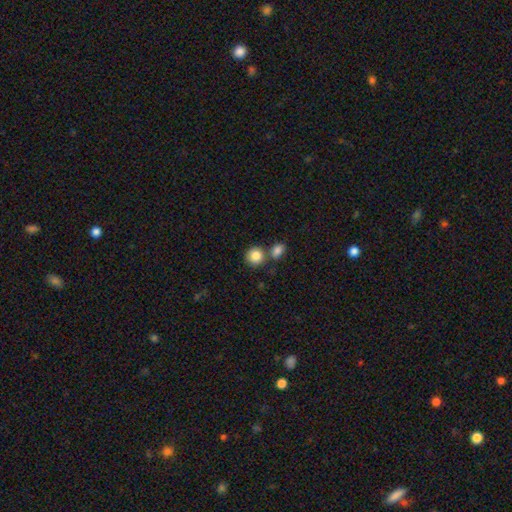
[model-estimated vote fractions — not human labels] A smooth galaxy with no disk features (85%) that is round (85%). Merging: none (60%).